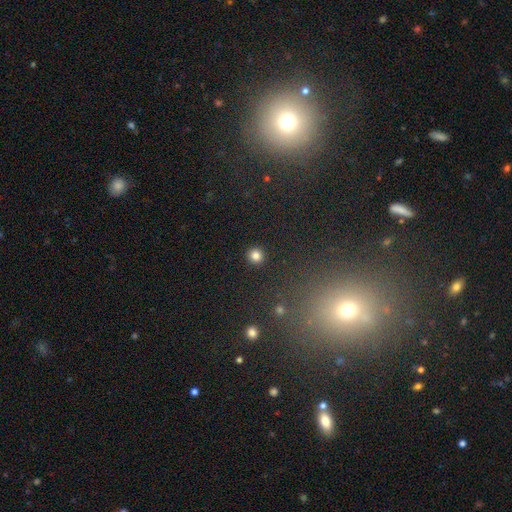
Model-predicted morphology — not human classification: Overall: smooth (83%). How rounded: round (94%). Merging: none (93%).